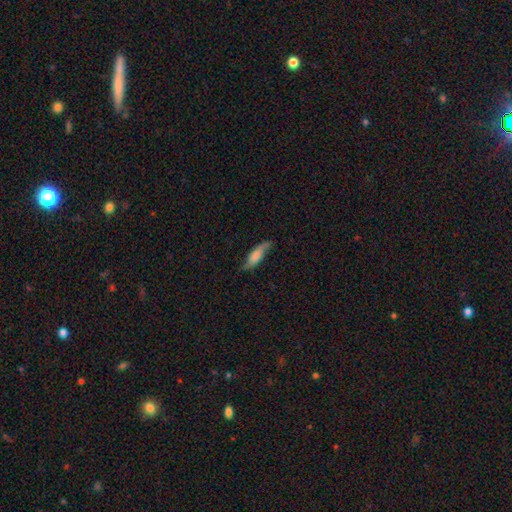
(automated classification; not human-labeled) Smooth or featured?
  - smooth: 57% *
  - featured or disk: 36%
  - star or artifact: 7%
How rounded?
  - cigar-shaped: 56% *
  - in between: 41%
  - round: 3%
Merging?
  - none: 69% *
  - minor disturbance: 23%
  - major disturbance: 6%
  - merger: 2%